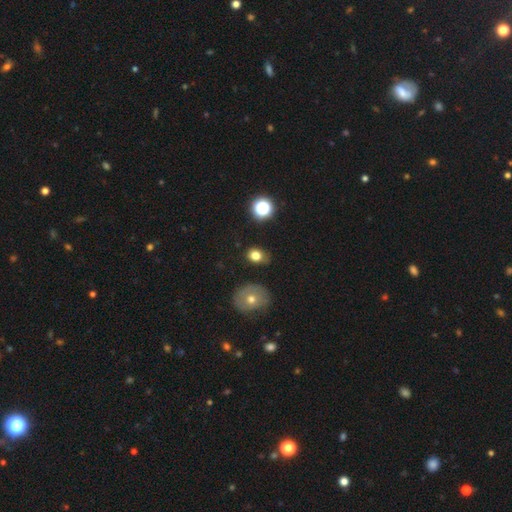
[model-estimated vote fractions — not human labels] Q: Smooth or featured?
A: smooth (77%); runner-up: star or artifact (14%)
Q: How rounded?
A: in between (54%); runner-up: round (44%)
Q: Merging?
A: none (74%); runner-up: minor disturbance (17%)